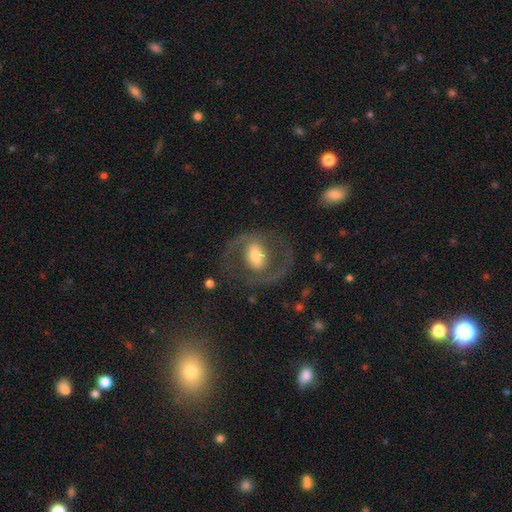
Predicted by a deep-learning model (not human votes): featured or disk 77%, smooth 17%, star or artifact 6%. Down the decision tree: edge-on disk — no (96%); bar — weak (38%); spiral arms — yes (77%); spiral arm count — 2 (87%); spiral winding — medium (56%); bulge size — moderate (59%); merging — none (72%).